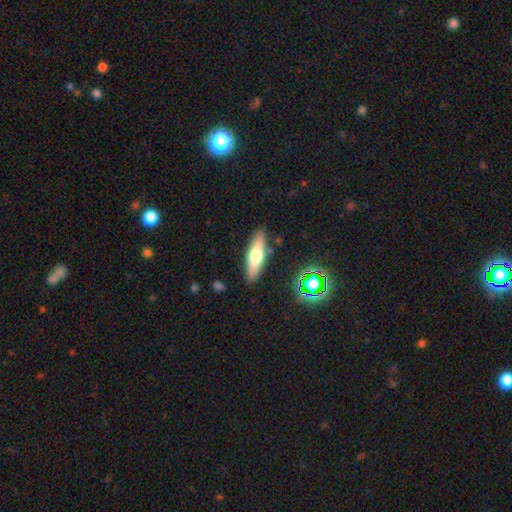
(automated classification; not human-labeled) The model was most divided on "smooth or featured": smooth: 57%, featured or disk: 36%, star or artifact: 7%. More confident: merging — none (87%); how rounded — cigar-shaped (60%).